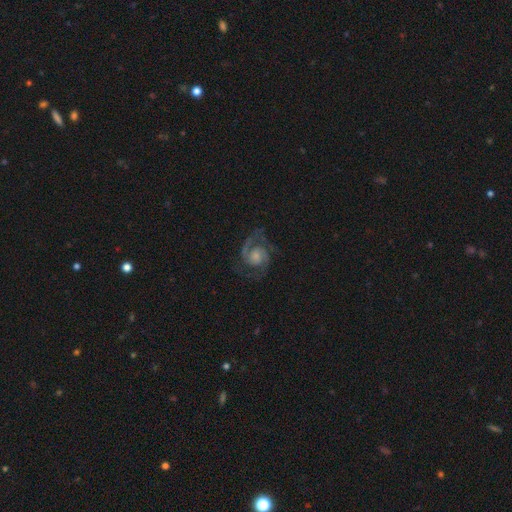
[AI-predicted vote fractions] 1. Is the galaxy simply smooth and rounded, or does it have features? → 89% featured or disk, 6% star or artifact, 5% smooth.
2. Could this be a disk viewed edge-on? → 98% no, 2% yes.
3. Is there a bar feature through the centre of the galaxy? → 58% no, 35% weak, 7% strong.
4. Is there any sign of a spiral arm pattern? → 98% yes, 2% no.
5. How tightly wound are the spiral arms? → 57% medium, 32% tight, 12% loose.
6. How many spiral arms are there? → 86% 2, 5% 3, 3% can't tell, 2% 1, 2% 4, 2% more than 4.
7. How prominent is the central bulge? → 39% small, 38% moderate, 12% none, 9% large, 2% dominant.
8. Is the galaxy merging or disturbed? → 76% none, 14% minor disturbance, 9% major disturbance, 1% merger.